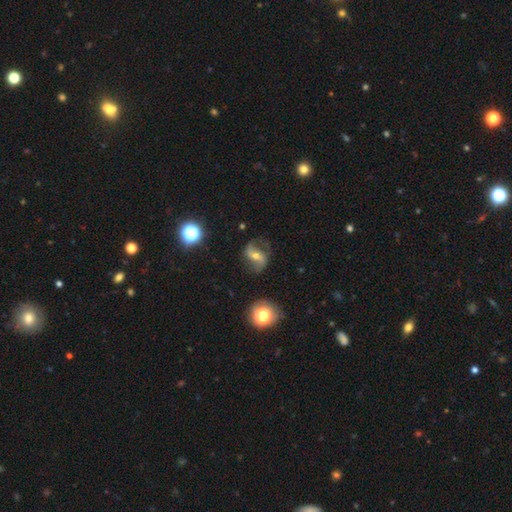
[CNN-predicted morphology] Overall: featured or disk (80%). Edge-on disk: no (96%). Bar: strong (41%; weak 35%). Spiral arms: yes (93%). Spiral arm count: 2 (91%). Spiral winding: loose (69%). Bulge size: moderate (53%; small 40%). Merging: none (72%).